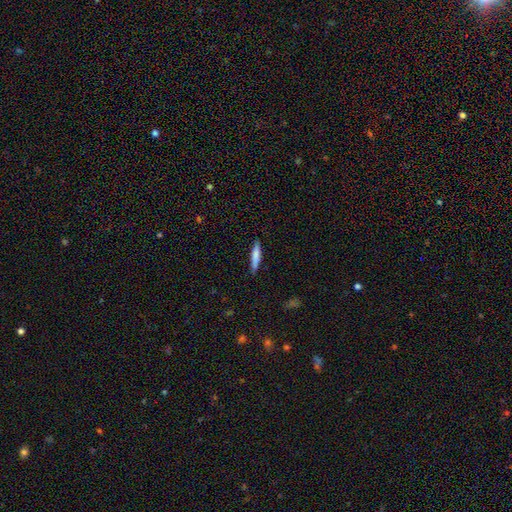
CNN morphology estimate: Smooth or featured? Predicted: smooth (p=0.74). How rounded? Predicted: cigar-shaped (p=0.91). Merging? Predicted: none (p=0.88).